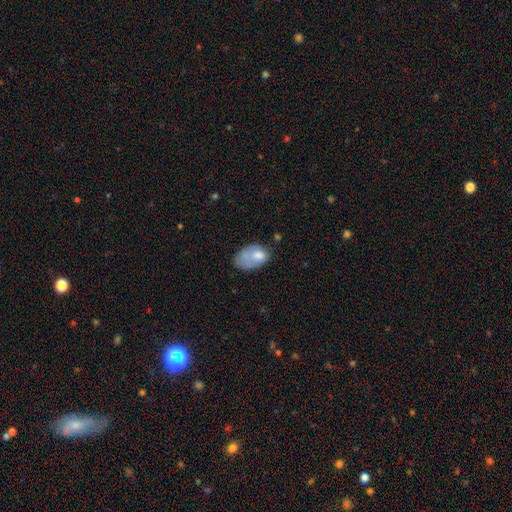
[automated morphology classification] smooth_or_featured: smooth (p=0.70) [alt: featured or disk p=0.22]
how_rounded: in between (p=0.89) [alt: round p=0.10]
merging: minor disturbance (p=0.34) [alt: none p=0.32]